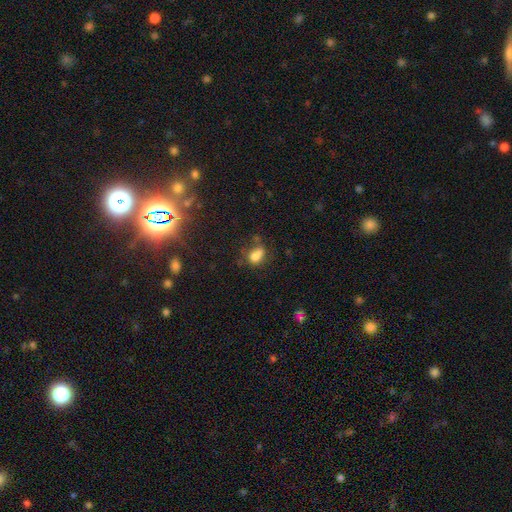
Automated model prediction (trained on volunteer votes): smooth-or-featured: smooth: 76% | star or artifact: 13% | featured or disk: 11%
  how-rounded: in between: 74% | round: 23% | cigar-shaped: 2%
  merging: none: 48% | minor disturbance: 27% | major disturbance: 15% | merger: 11%